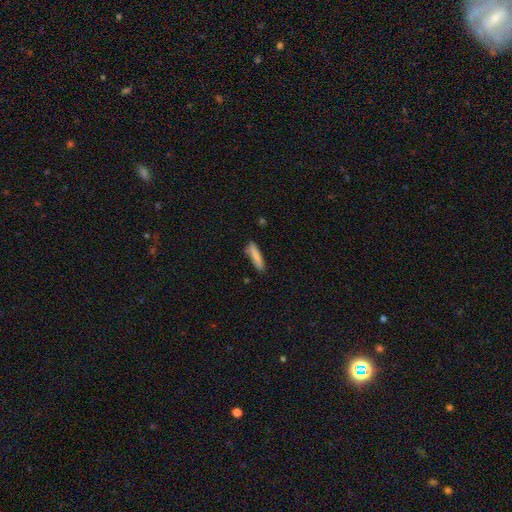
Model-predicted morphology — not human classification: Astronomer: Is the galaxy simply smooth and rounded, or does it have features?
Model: smooth — 84%.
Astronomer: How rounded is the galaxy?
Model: cigar-shaped — 82%.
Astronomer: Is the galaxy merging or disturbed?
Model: none — 78%.